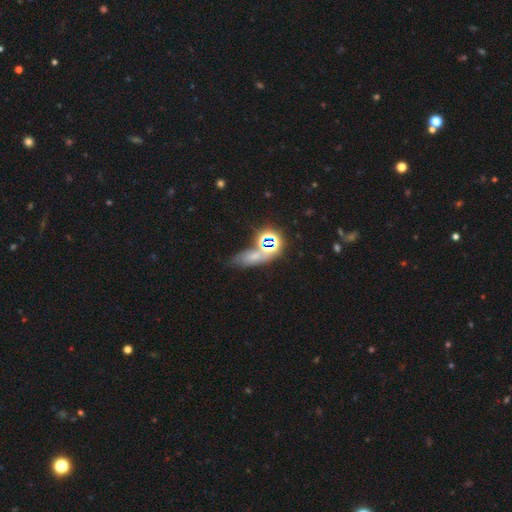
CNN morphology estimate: smooth_or_featured: smooth (p=0.44) [alt: star or artifact p=0.39]
merging: none (p=0.50) [alt: merger p=0.21]